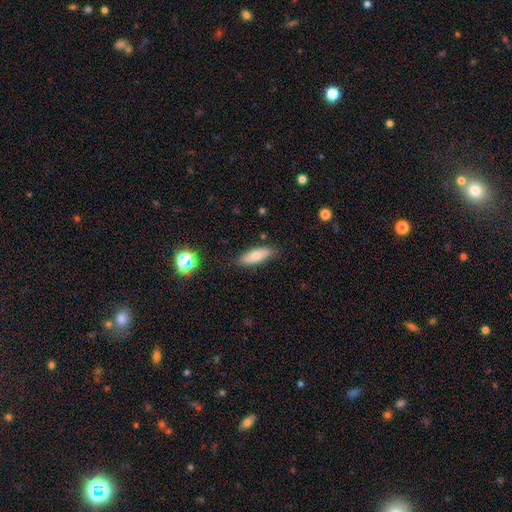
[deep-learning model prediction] Morphology: type=smooth (71%); roundness=in between (60%); merging=none (83%).